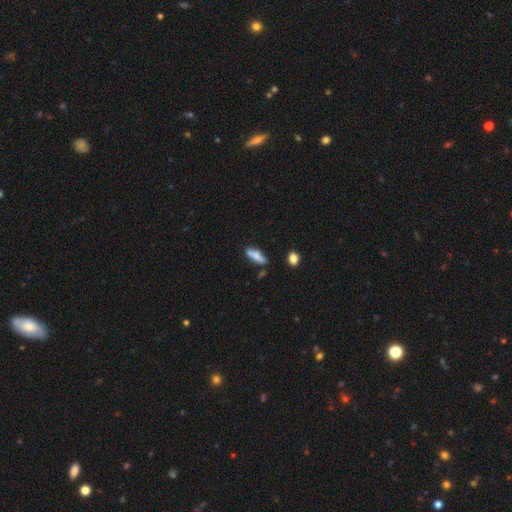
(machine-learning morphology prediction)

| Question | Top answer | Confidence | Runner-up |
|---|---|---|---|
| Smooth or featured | smooth | 70% | featured or disk (22%) |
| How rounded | cigar-shaped | 55% | in between (43%) |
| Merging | none | 65% | minor disturbance (19%) |